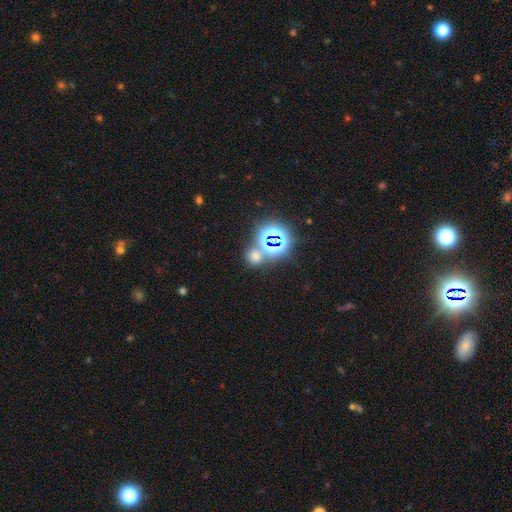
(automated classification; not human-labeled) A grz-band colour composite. It shows a smooth galaxy with no disk features (49%). Merging: none (67%).